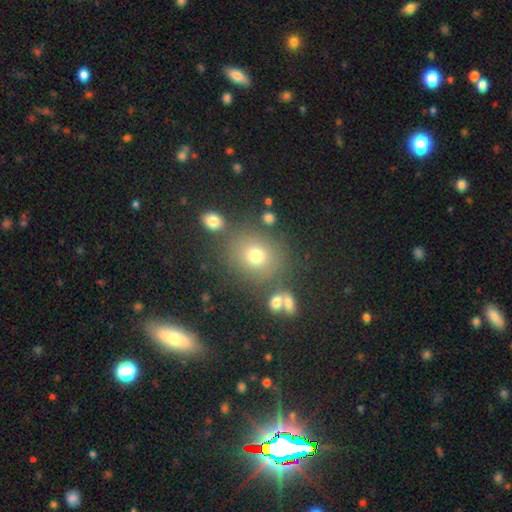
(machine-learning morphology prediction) Q: Smooth or featured?
A: smooth (71%); runner-up: star or artifact (18%)
Q: How rounded?
A: round (78%); runner-up: in between (21%)
Q: Merging?
A: none (76%); runner-up: minor disturbance (11%)